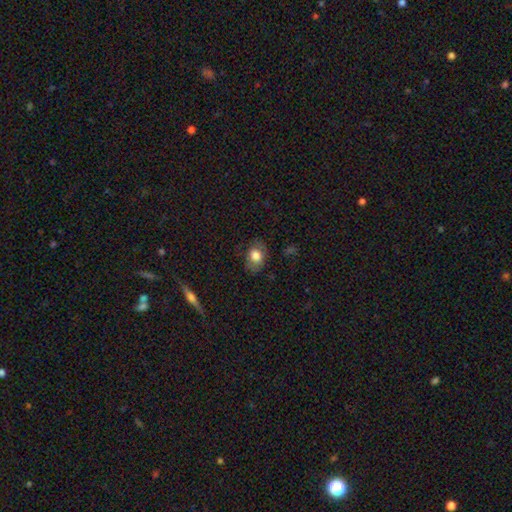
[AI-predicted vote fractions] Overall: smooth (74%). How rounded: in between (69%). Merging: none (74%).